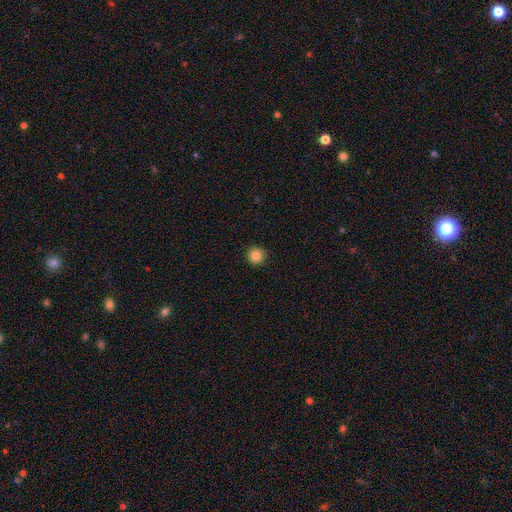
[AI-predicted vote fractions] The model was most divided on "smooth or featured": smooth: 85%, star or artifact: 10%, featured or disk: 5%. More confident: how rounded — round (95%); merging — none (92%).